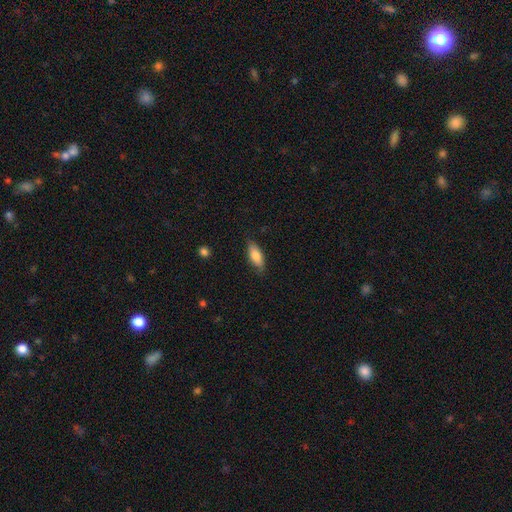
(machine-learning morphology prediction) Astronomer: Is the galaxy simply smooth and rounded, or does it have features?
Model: smooth — 79%.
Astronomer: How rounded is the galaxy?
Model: in between — 72%.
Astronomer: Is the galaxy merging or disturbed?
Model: none — 81%.